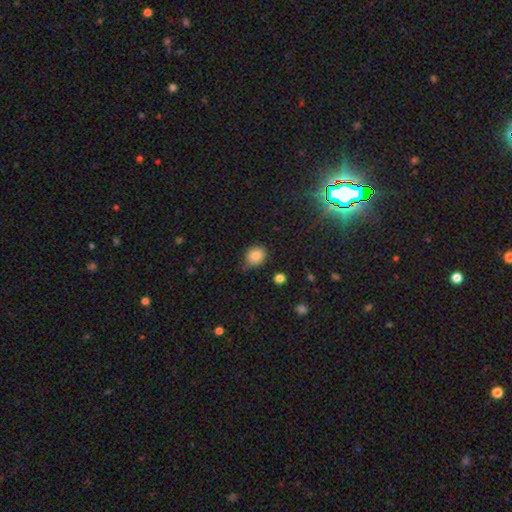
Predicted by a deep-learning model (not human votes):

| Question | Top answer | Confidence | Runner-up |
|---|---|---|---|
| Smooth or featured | smooth | 83% | star or artifact (10%) |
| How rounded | round | 64% | in between (35%) |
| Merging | none | 68% | minor disturbance (25%) |